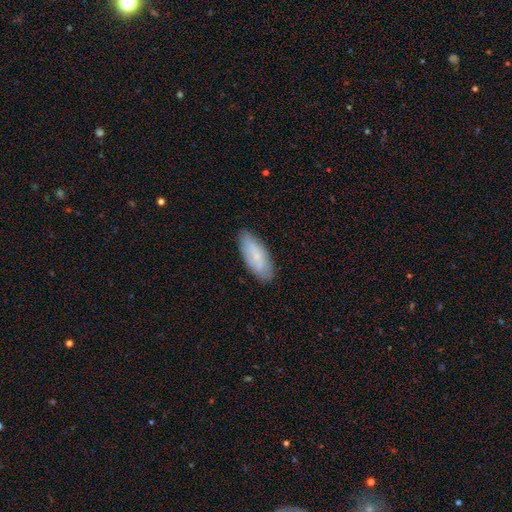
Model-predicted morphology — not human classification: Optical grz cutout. It shows a smooth galaxy with no disk features (66%) that is in between round and cigar-shaped (76%). Merging: none (83%).